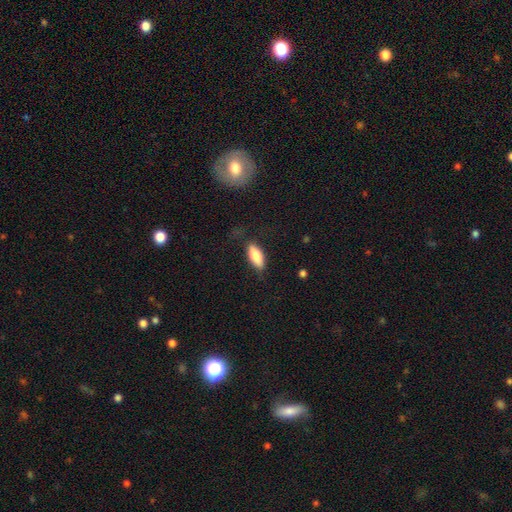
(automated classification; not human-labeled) Q: Smooth or featured?
A: smooth (76%); runner-up: featured or disk (18%)
Q: How rounded?
A: in between (76%); runner-up: cigar-shaped (22%)
Q: Merging?
A: none (76%); runner-up: minor disturbance (17%)